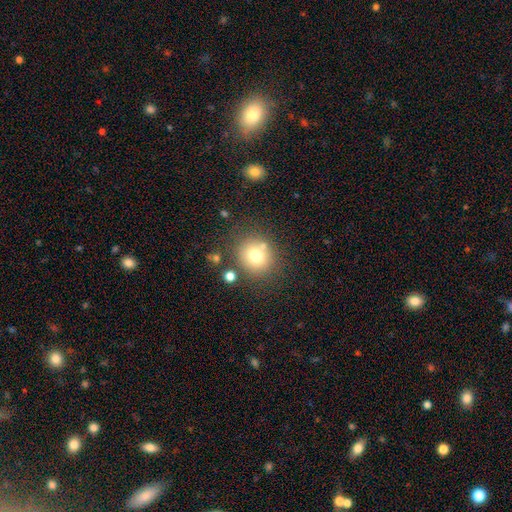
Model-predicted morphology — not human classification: smooth 74%, star or artifact 13%, featured or disk 13%. Down the decision tree: how rounded — round (84%); merging — none (75%).